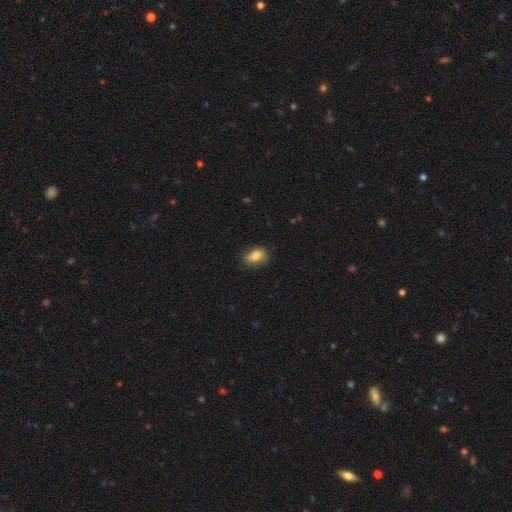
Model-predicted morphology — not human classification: Smooth or featured: smooth — 75% (featured or disk — 17%)
How rounded: in between — 85% (round — 9%)
Merging: none — 66% (minor disturbance — 26%)